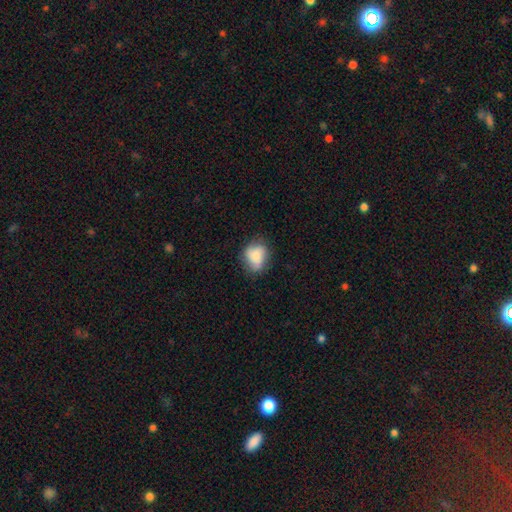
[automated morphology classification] Overall: smooth (78%). How rounded: in between (51%; round 47%). Merging: none (64%; minor disturbance 26%).